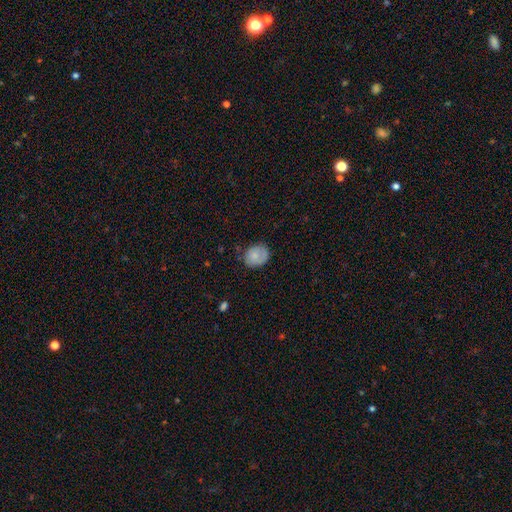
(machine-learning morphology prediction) smooth-or-featured: smooth: 77% | featured or disk: 15% | star or artifact: 8%
  how-rounded: round: 57% | in between: 42% | cigar-shaped: 1%
  merging: none: 67% | minor disturbance: 25% | major disturbance: 7% | merger: 2%